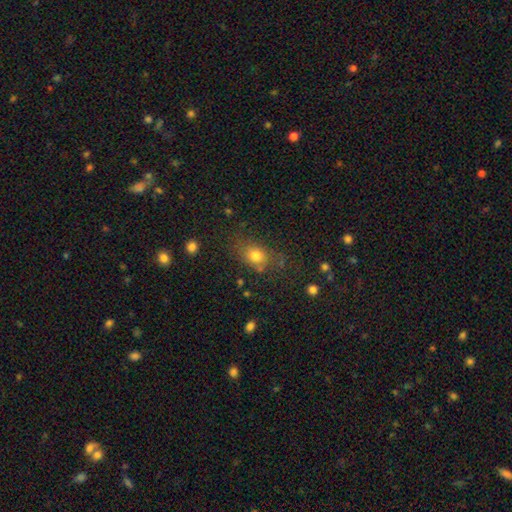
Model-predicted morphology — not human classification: smooth-or-featured: smooth: 75% | star or artifact: 13% | featured or disk: 12%
  how-rounded: in between: 57% | round: 40% | cigar-shaped: 2%
  merging: none: 67% | minor disturbance: 20% | major disturbance: 10% | merger: 4%